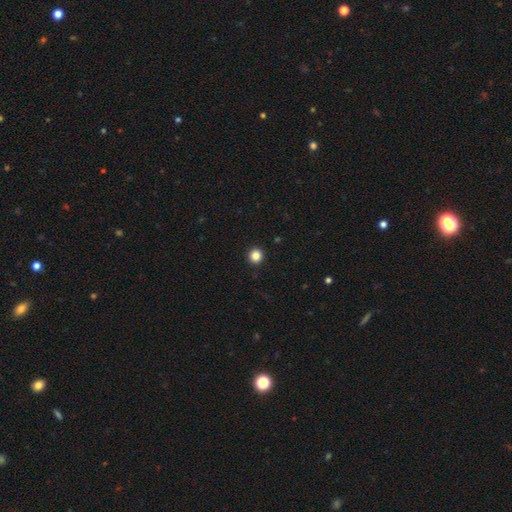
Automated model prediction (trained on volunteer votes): Smooth or featured: smooth — 85% (star or artifact — 11%)
How rounded: round — 95% (in between — 4%)
Merging: none — 94% (minor disturbance — 4%)